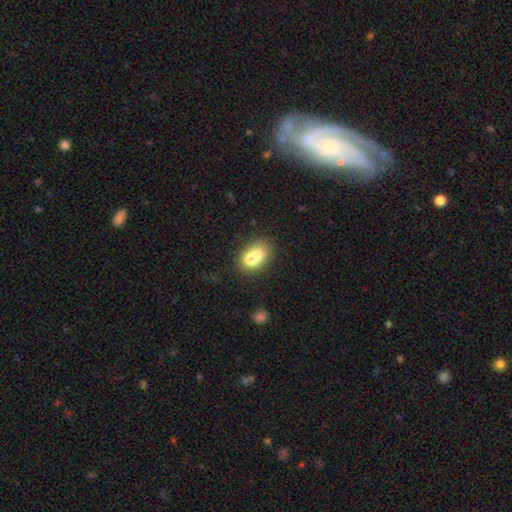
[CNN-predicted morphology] A smooth galaxy with no disk features (69%) that is in between round and cigar-shaped (72%).

Vote fractions:
- Smooth or featured? smooth: 69% / featured or disk: 21% / star or artifact: 10%
- How rounded? in between: 72% / round: 27% / cigar-shaped: 2%
- Merging? none: 42% / merger: 37% / minor disturbance: 15% / major disturbance: 6%